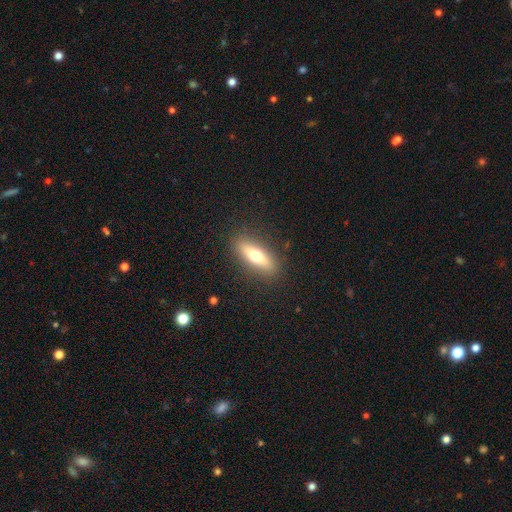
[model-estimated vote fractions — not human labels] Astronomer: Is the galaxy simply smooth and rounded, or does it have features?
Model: smooth — 59%.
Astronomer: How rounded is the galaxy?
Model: cigar-shaped — 51% (runner-up: in between, 46%).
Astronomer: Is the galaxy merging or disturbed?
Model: none — 88%.